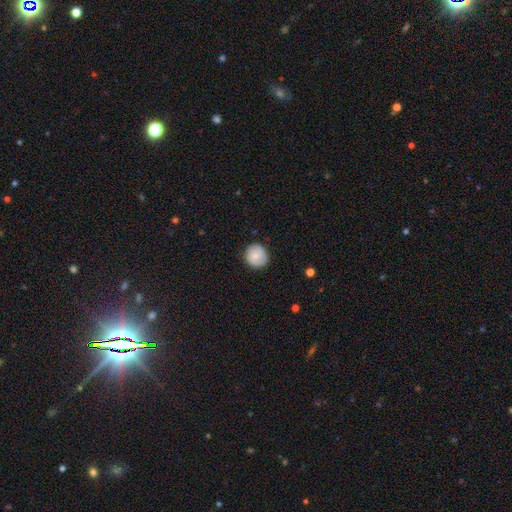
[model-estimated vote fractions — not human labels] Morphology: type=smooth (75%); roundness=round (86%); merging=none (82%).